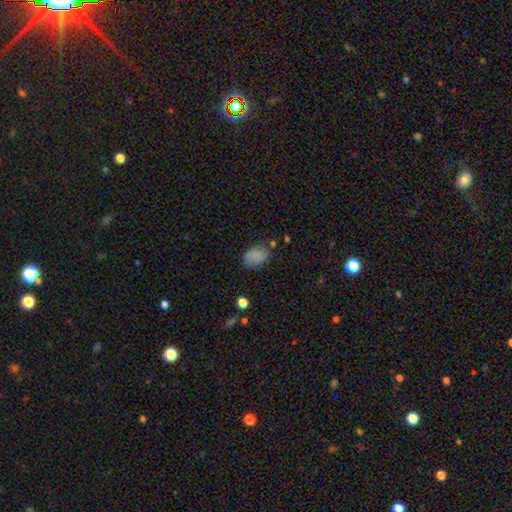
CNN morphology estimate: Overall: smooth (82%). How rounded: in between (85%). Merging: none (68%).